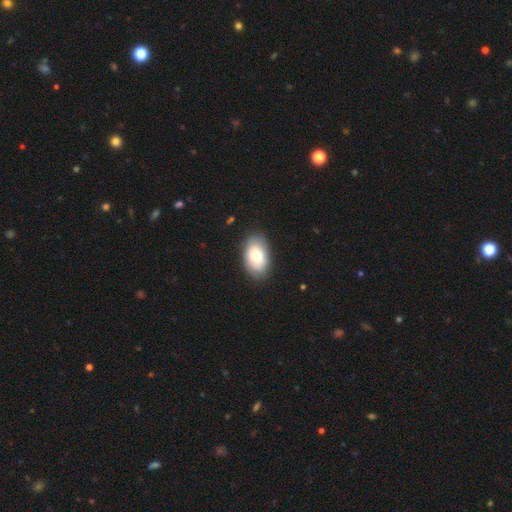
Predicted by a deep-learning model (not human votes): smooth_or_featured: smooth (p=0.67) [alt: featured or disk p=0.27]
how_rounded: in between (p=0.91) [alt: round p=0.08]
merging: none (p=0.80) [alt: minor disturbance p=0.15]